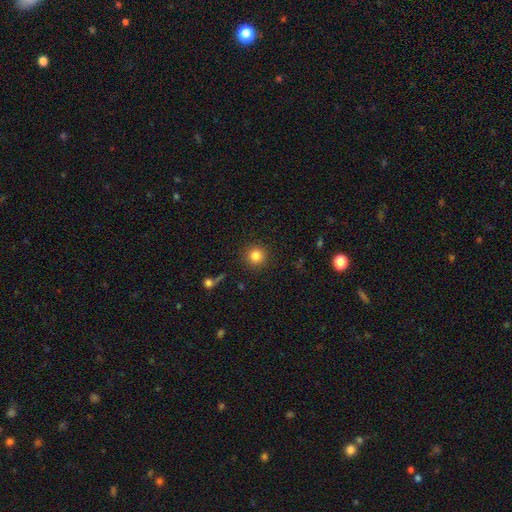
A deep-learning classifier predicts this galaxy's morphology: Overall: smooth (83%). How rounded: round (94%). Merging: none (90%).